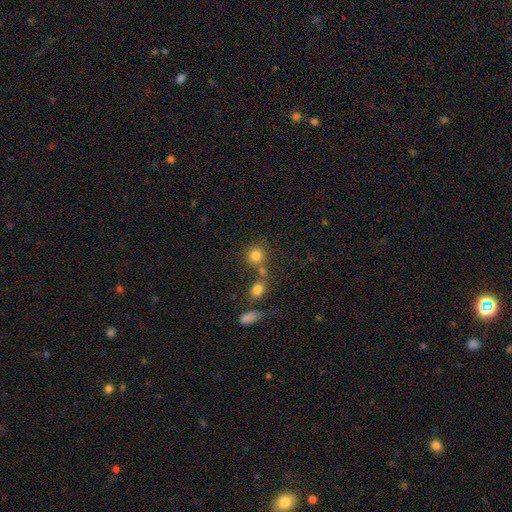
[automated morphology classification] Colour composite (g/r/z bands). It shows a smooth galaxy with no disk features (80%) that is round (85%). Merging: none (57%).